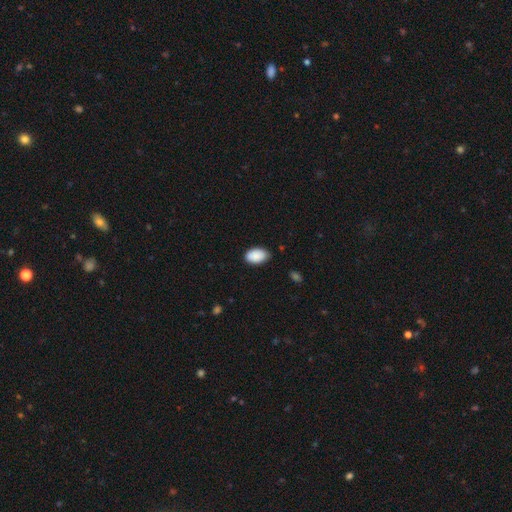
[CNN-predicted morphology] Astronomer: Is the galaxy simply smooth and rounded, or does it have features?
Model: smooth — 90%.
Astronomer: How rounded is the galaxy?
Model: in between — 92%.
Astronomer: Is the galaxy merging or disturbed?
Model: none — 78%.